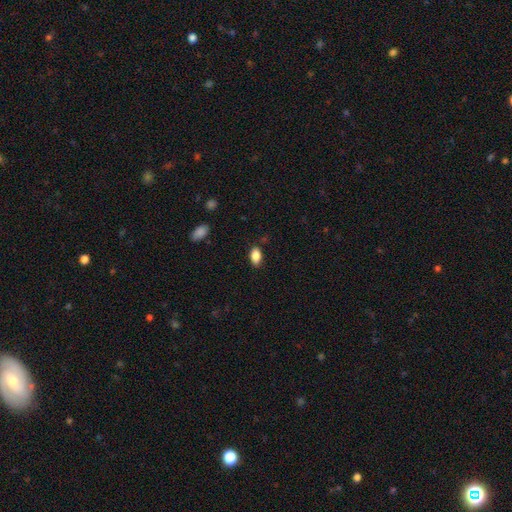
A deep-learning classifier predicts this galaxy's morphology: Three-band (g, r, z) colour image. It shows a smooth galaxy with no disk features (86%) that is in between round and cigar-shaped (90%). Merging: none (82%).